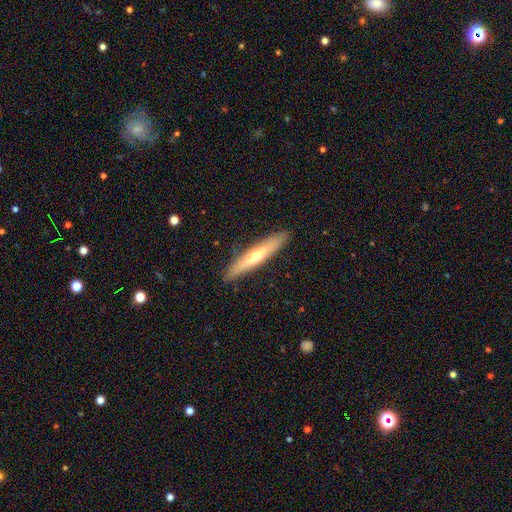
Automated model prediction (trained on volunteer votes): This is possibly a featured or disk galaxy (53%). It is clearly viewed edge-on (86%). Merging: clearly none (89%).